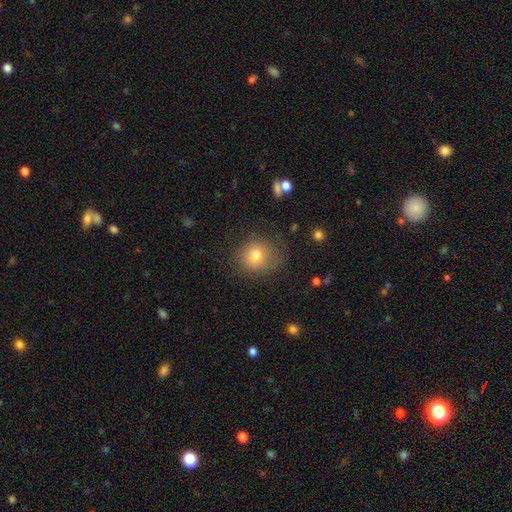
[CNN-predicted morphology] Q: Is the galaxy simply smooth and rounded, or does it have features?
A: smooth — 76%.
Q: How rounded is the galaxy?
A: round — 83%.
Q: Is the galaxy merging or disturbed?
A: none — 74%.